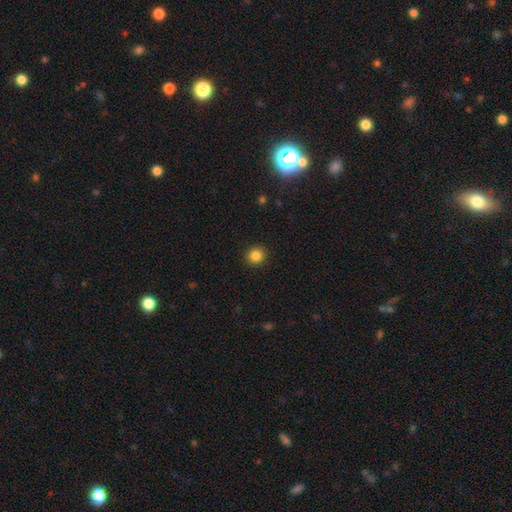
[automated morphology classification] smooth-or-featured: smooth: 85% | star or artifact: 11% | featured or disk: 4%
  how-rounded: round: 91% | in between: 8% | cigar-shaped: 1%
  merging: none: 92% | minor disturbance: 5% | major disturbance: 2% | merger: 1%